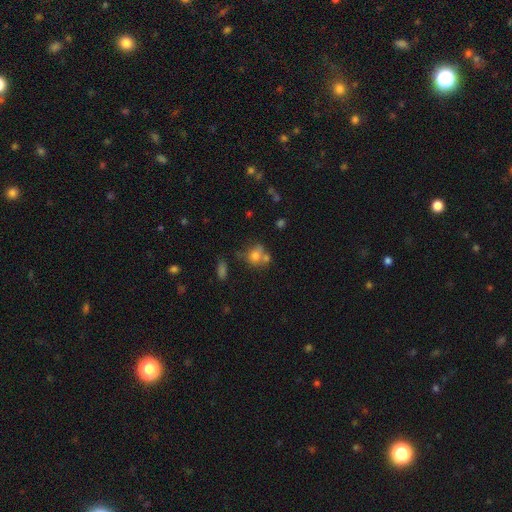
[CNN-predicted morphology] A smooth galaxy with no disk features (70%) that is round (62%). Merging: none (41%).